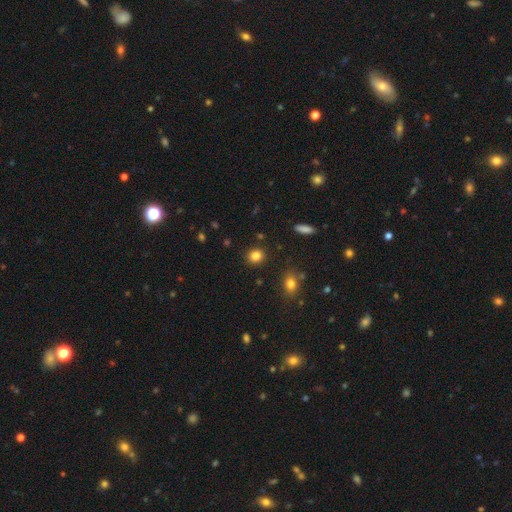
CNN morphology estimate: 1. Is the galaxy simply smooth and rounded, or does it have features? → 84% smooth, 11% star or artifact, 5% featured or disk.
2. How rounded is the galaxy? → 75% round, 24% in between, 1% cigar-shaped.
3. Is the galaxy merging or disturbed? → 89% none, 7% minor disturbance, 2% major disturbance, 2% merger.